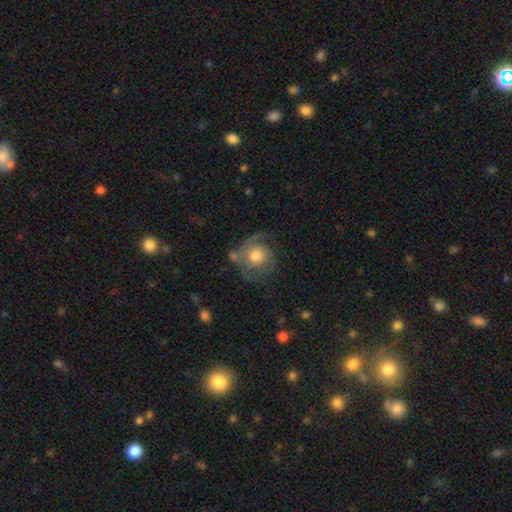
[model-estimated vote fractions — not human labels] Q: Smooth or featured?
A: featured or disk (65%); runner-up: smooth (28%)
Q: Edge-on disk?
A: no (97%); runner-up: yes (3%)
Q: Bar?
A: no (82%); runner-up: weak (16%)
Q: Spiral arms?
A: yes (87%); runner-up: no (13%)
Q: Spiral winding?
A: tight (42%); runner-up: medium (37%)
Q: Spiral arm count?
A: 2 (45%); runner-up: can't tell (21%)
Q: Bulge size?
A: moderate (60%); runner-up: large (22%)
Q: Merging?
A: none (53%); runner-up: minor disturbance (22%)